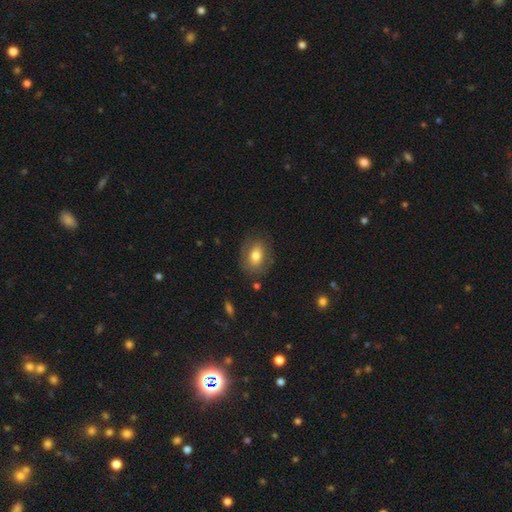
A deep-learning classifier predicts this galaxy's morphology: A smooth galaxy with no disk features (70%) that is in between round and cigar-shaped (68%). Merging: none (78%).